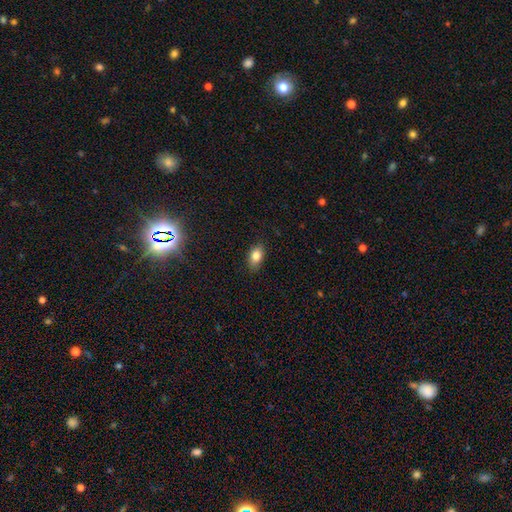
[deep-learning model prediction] A smooth galaxy with no disk features (82%) that is in between round and cigar-shaped (88%). Merging: none (84%).